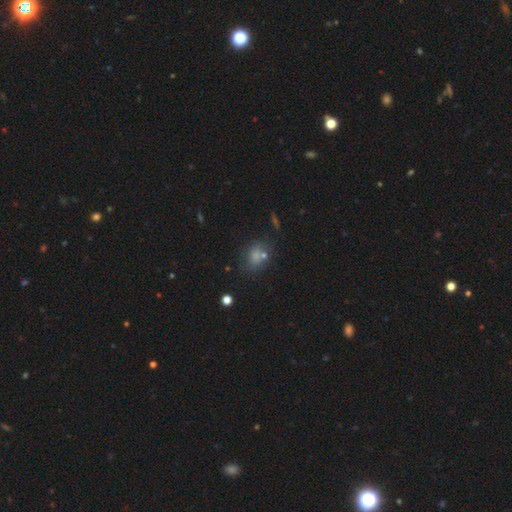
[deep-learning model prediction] This is likely a smooth galaxy (65%). How rounded: possibly in between (55%). Merging: possibly none (59%).